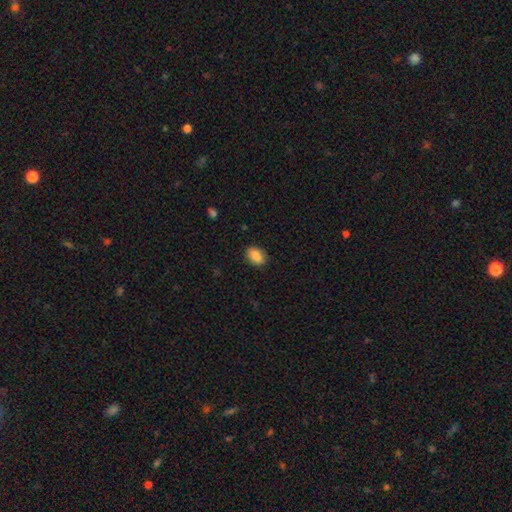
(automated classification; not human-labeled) smooth_or_featured: smooth (p=0.86) [alt: star or artifact p=0.08]
how_rounded: in between (p=0.79) [alt: round p=0.20]
merging: none (p=0.88) [alt: minor disturbance p=0.09]